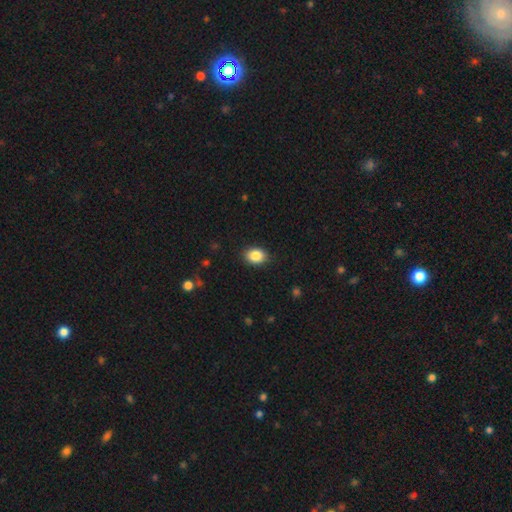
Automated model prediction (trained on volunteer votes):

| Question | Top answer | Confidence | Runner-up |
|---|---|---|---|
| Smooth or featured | smooth | 86% | star or artifact (8%) |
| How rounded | in between | 69% | round (30%) |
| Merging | none | 88% | minor disturbance (9%) |